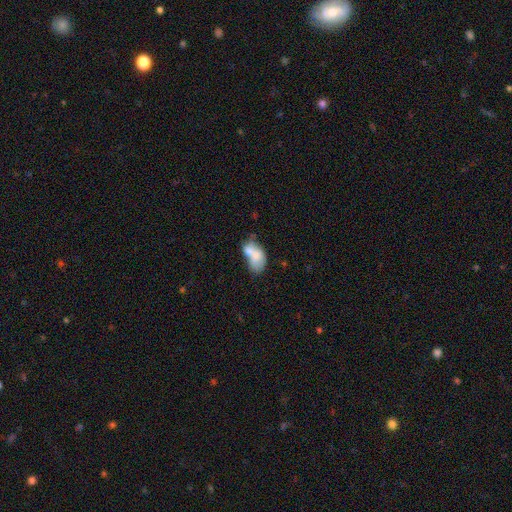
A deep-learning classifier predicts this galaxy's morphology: Q: Smooth or featured?
A: smooth (64%); runner-up: featured or disk (28%)
Q: How rounded?
A: in between (84%); runner-up: round (14%)
Q: Merging?
A: merger (63%); runner-up: none (18%)